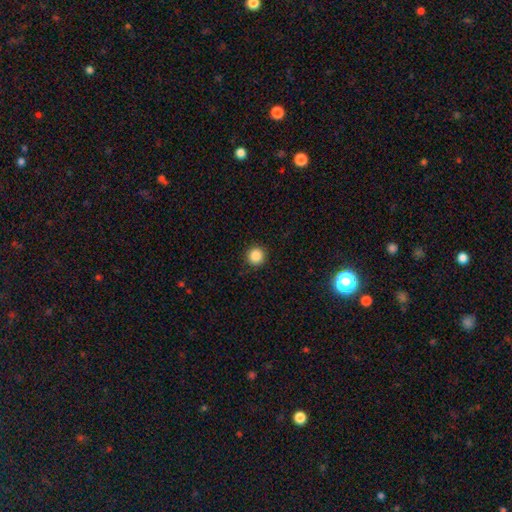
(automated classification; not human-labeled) Smooth or featured?
  - smooth: 87% *
  - star or artifact: 10%
  - featured or disk: 3%
How rounded?
  - round: 95% *
  - in between: 4%
  - cigar-shaped: 1%
Merging?
  - none: 91% *
  - minor disturbance: 6%
  - major disturbance: 2%
  - merger: 1%